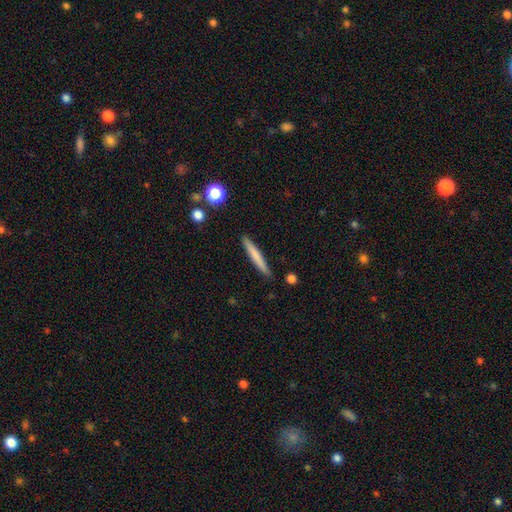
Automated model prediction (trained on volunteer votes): Morphology: type=smooth (70%); roundness=cigar-shaped (96%); merging=none (89%).